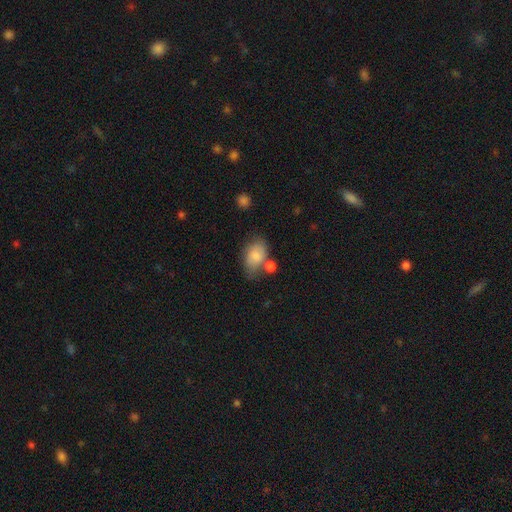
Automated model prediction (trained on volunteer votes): Morphology: type=smooth (81%); roundness=in between (86%); merging=none (50%).